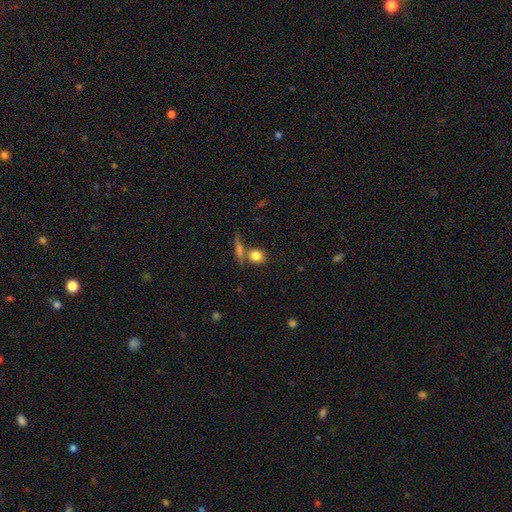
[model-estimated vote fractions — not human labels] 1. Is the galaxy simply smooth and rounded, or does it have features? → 82% smooth, 9% featured or disk, 9% star or artifact.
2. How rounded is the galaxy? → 68% round, 27% in between, 5% cigar-shaped.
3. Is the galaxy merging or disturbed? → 58% none, 26% merger, 11% minor disturbance, 5% major disturbance.